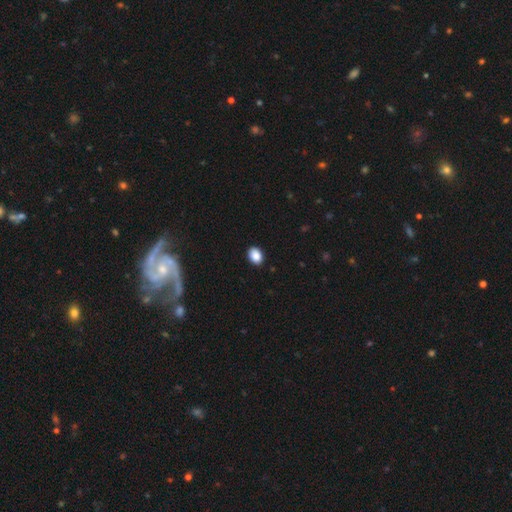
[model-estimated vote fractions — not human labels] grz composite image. It shows a smooth galaxy with no disk features (88%) that is in between round and cigar-shaped (73%). Merging: none (89%).